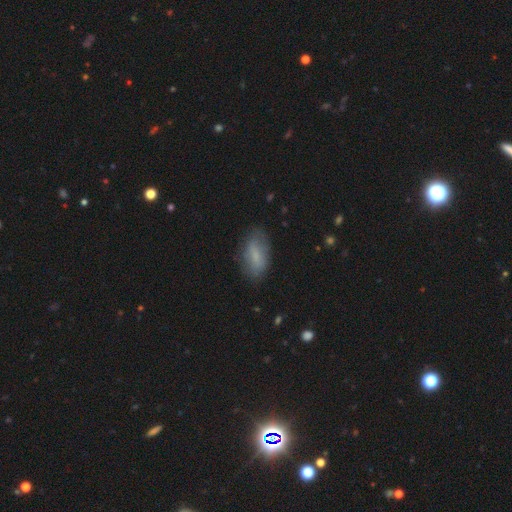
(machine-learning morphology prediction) Smooth or featured: smooth — 72% (featured or disk — 21%)
How rounded: in between — 89% (cigar-shaped — 7%)
Merging: none — 75% (minor disturbance — 19%)